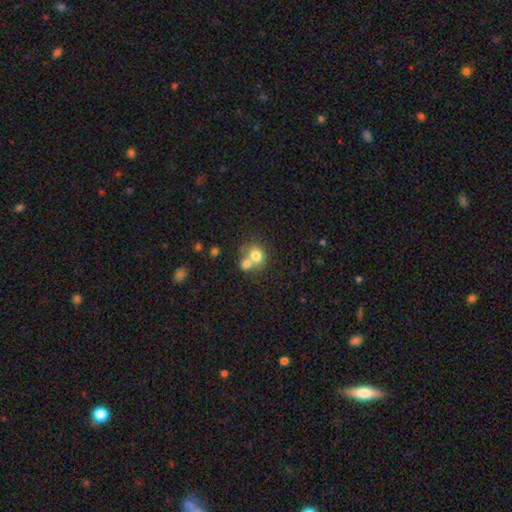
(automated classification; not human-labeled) smooth_or_featured: smooth (p=0.75) [alt: featured or disk p=0.14]
how_rounded: round (p=0.69) [alt: in between p=0.30]
merging: merger (p=0.55) [alt: none p=0.34]